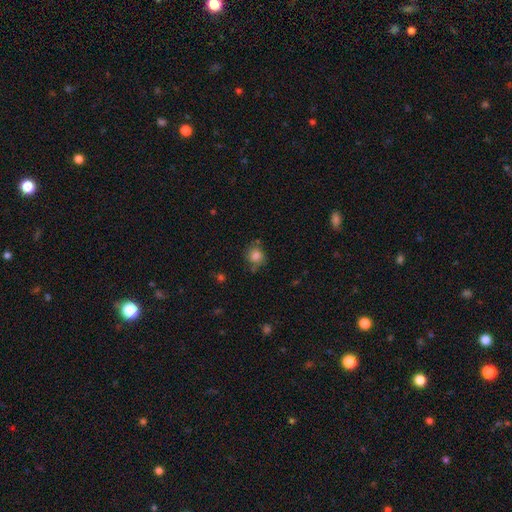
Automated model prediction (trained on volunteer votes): smooth-or-featured: smooth: 82% | star or artifact: 11% | featured or disk: 7%
  how-rounded: round: 86% | in between: 13% | cigar-shaped: 1%
  merging: none: 72% | minor disturbance: 17% | merger: 6% | major disturbance: 5%